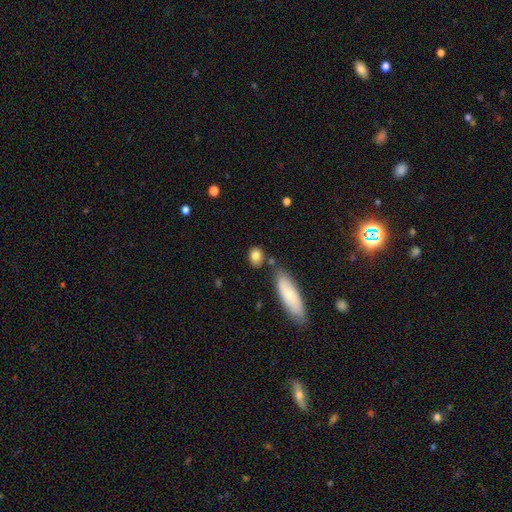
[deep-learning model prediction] Overall: smooth (81%). How rounded: in between (49%; round 46%). Merging: none (71%).